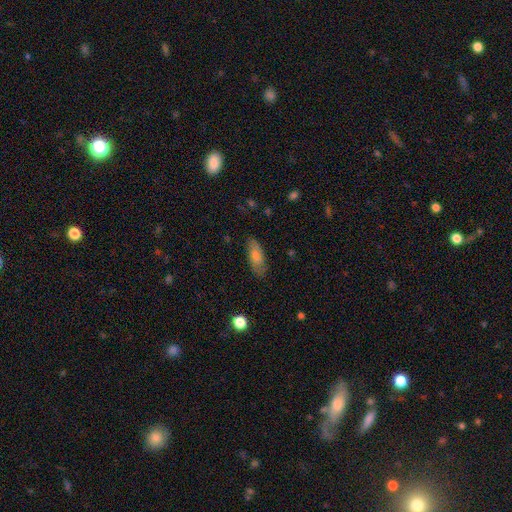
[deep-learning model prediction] smooth 61%, featured or disk 31%, star or artifact 8%. Down the decision tree: how rounded — in between (73%); merging — none (80%).